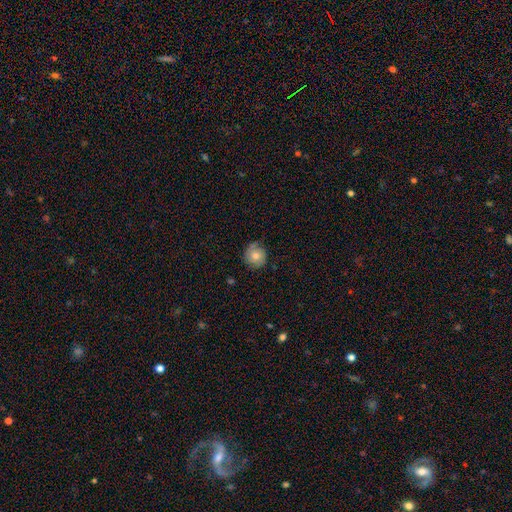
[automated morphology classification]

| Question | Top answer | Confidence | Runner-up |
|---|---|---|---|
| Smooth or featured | smooth | 69% | featured or disk (22%) |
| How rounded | round | 90% | in between (9%) |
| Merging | none | 70% | minor disturbance (23%) |